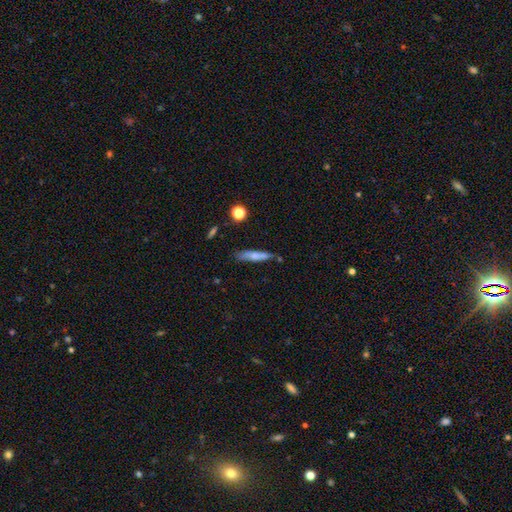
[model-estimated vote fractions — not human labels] This appears to be a smooth galaxy with no disk features (69%) that is cigar-shaped (85%). Merging: none (71%).